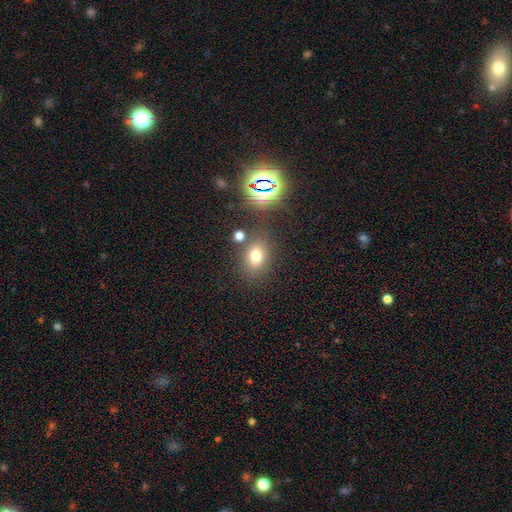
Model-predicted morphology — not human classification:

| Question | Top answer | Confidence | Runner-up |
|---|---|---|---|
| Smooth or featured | smooth | 70% | star or artifact (20%) |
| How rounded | in between | 59% | round (39%) |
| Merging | none | 74% | minor disturbance (12%) |